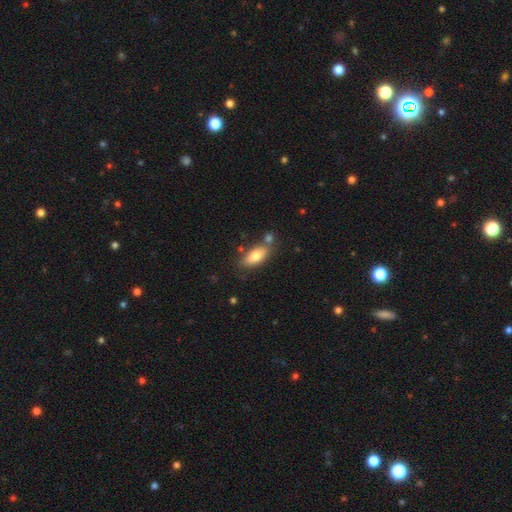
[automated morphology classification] smooth-or-featured: smooth: 77% | featured or disk: 16% | star or artifact: 7%
  how-rounded: in between: 81% | cigar-shaped: 15% | round: 3%
  merging: none: 67% | minor disturbance: 15% | merger: 14% | major disturbance: 4%